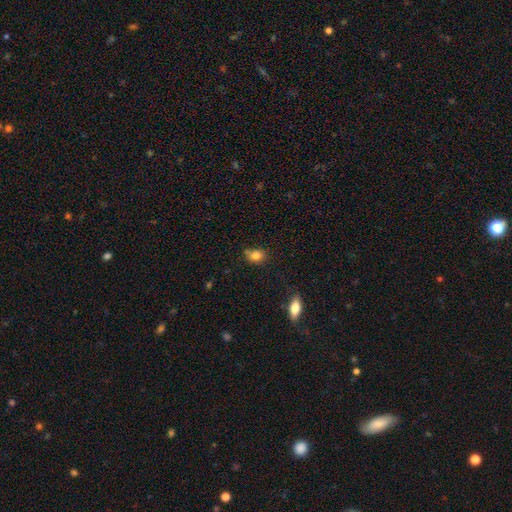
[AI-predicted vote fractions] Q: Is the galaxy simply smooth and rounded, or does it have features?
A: smooth — 82%.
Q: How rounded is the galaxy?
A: in between — 58%.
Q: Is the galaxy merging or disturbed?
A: none — 64%.